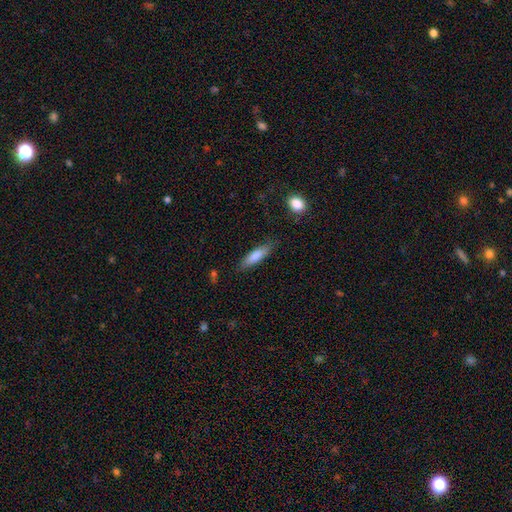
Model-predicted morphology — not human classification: Q: Smooth or featured?
A: smooth (80%); runner-up: featured or disk (14%)
Q: How rounded?
A: cigar-shaped (68%); runner-up: in between (30%)
Q: Merging?
A: none (80%); runner-up: minor disturbance (14%)